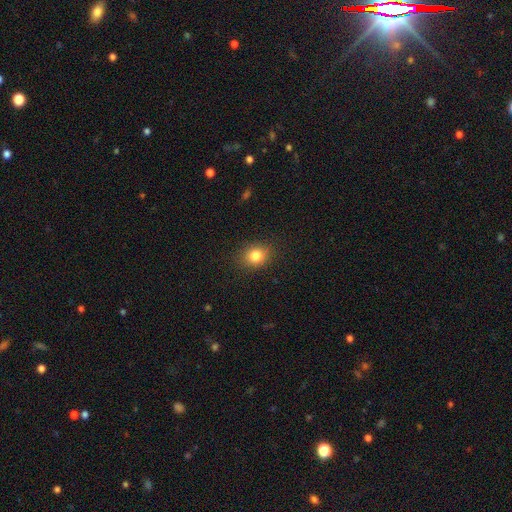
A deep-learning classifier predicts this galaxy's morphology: Smooth or featured: smooth — 82% (star or artifact — 11%)
How rounded: round — 63% (in between — 36%)
Merging: none — 86% (minor disturbance — 10%)